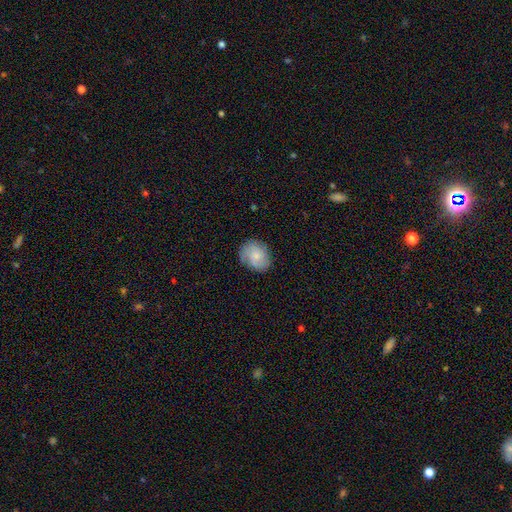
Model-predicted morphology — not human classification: Smooth or featured? Predicted: smooth (p=0.59). How rounded? Predicted: round (p=0.59). Merging? Predicted: none (p=0.73).